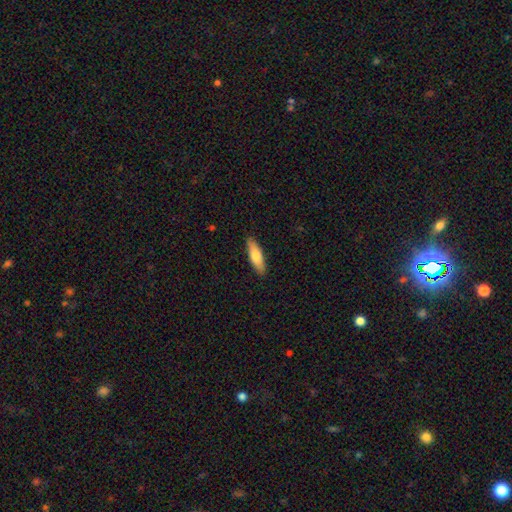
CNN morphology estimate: Overall: smooth (77%). How rounded: cigar-shaped (54%; in between 45%). Merging: none (89%).